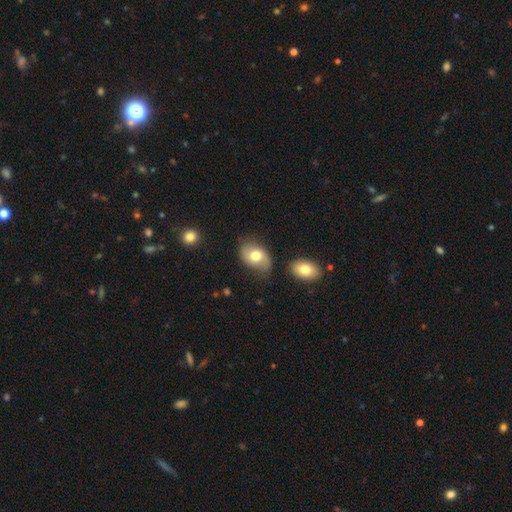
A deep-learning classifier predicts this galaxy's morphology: Smooth or featured? Predicted: smooth (p=0.63). How rounded? Predicted: in between (p=0.83). Merging? Predicted: none (p=0.65).